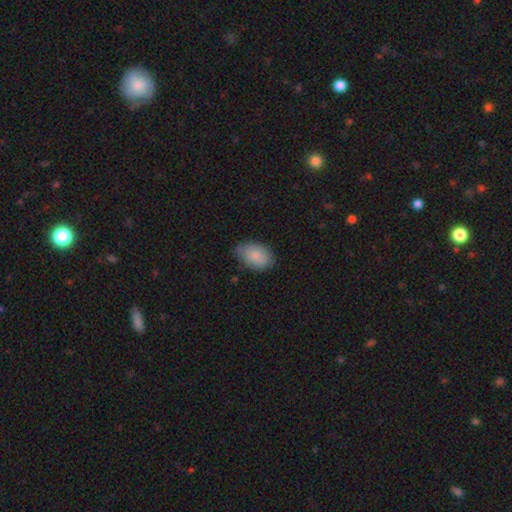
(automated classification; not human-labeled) smooth-or-featured: smooth: 86% | featured or disk: 8% | star or artifact: 6%
  how-rounded: in between: 87% | round: 12% | cigar-shaped: 1%
  merging: none: 70% | minor disturbance: 24% | major disturbance: 4% | merger: 1%